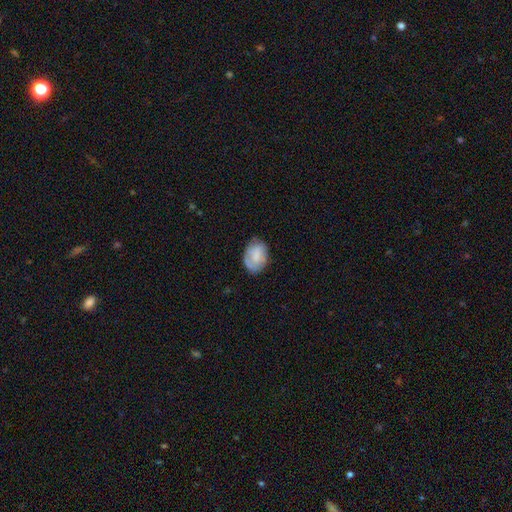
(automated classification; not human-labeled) smooth 66%, featured or disk 27%, star or artifact 7%. Down the decision tree: how rounded — in between (74%); merging — none (66%).